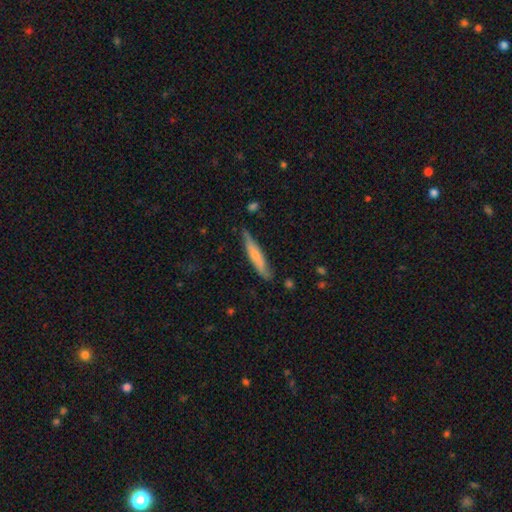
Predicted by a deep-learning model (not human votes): A smooth galaxy with no disk features (59%) that is cigar-shaped (90%). Merging: none (79%).